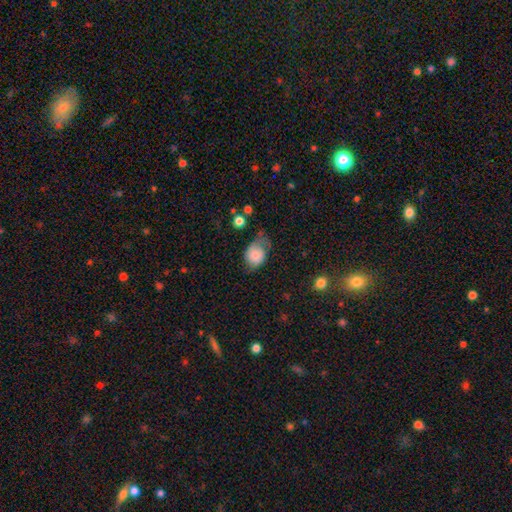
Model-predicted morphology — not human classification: This appears to be a smooth galaxy with no disk features (71%) that is in between round and cigar-shaped (63%). Merging: minor disturbance (38%).